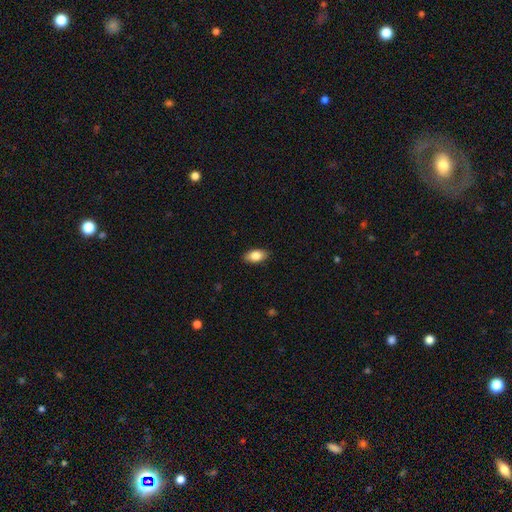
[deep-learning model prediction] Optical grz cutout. It shows a smooth galaxy with no disk features (83%) that is in between round and cigar-shaped (91%). Merging: none (88%).